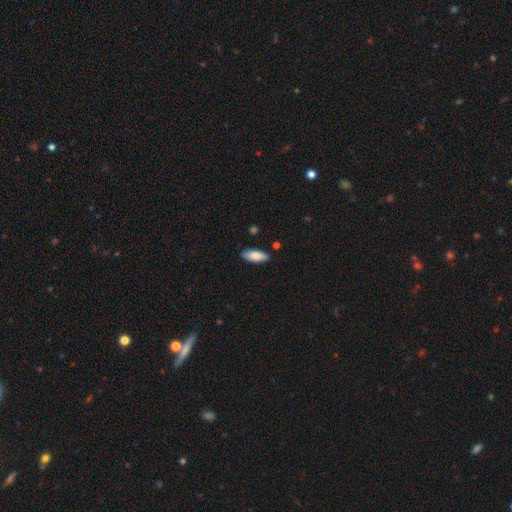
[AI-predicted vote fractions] A smooth galaxy with no disk features (83%) that is in between round and cigar-shaped (74%).

Vote fractions:
- Smooth or featured? smooth: 83% / featured or disk: 11% / star or artifact: 6%
- How rounded? in between: 74% / cigar-shaped: 24% / round: 2%
- Merging? none: 85% / minor disturbance: 11% / merger: 2% / major disturbance: 2%